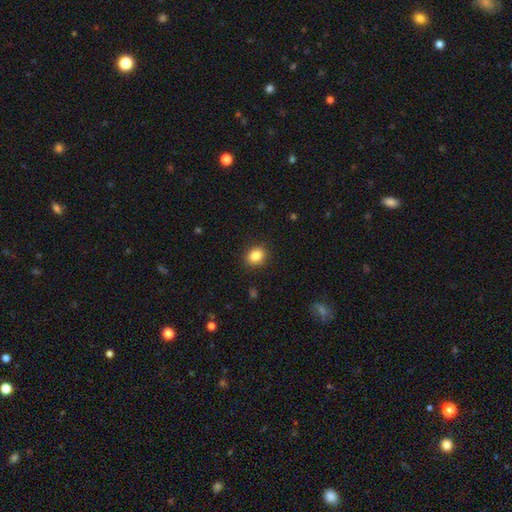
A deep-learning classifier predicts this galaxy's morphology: Q: Smooth or featured?
A: smooth (85%); runner-up: star or artifact (10%)
Q: How rounded?
A: round (60%); runner-up: in between (39%)
Q: Merging?
A: none (89%); runner-up: minor disturbance (8%)